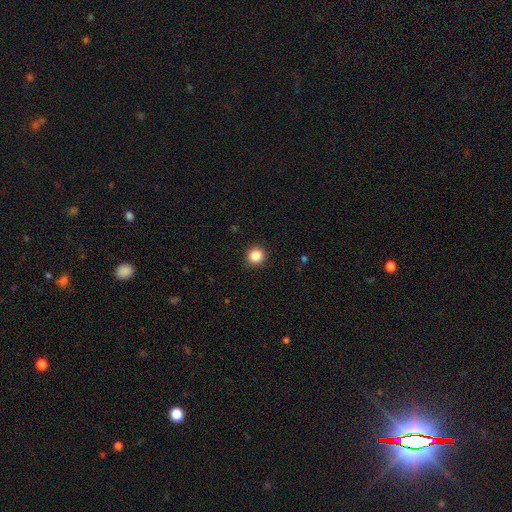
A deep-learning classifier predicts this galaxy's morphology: Overall: smooth (86%). How rounded: round (94%). Merging: none (91%).